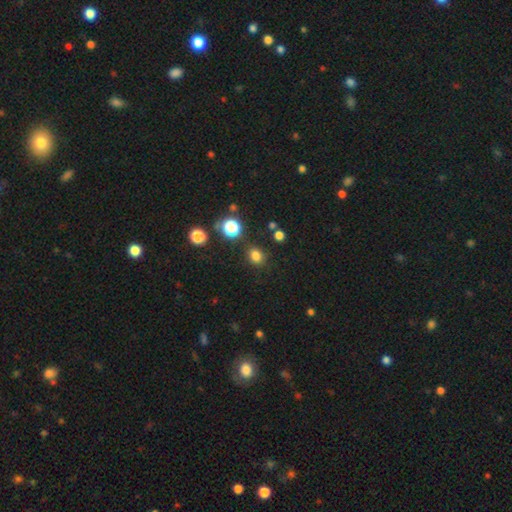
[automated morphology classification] Smooth or featured? Predicted: smooth (p=0.79). How rounded? Predicted: round (p=0.63). Merging? Predicted: none (p=0.83).